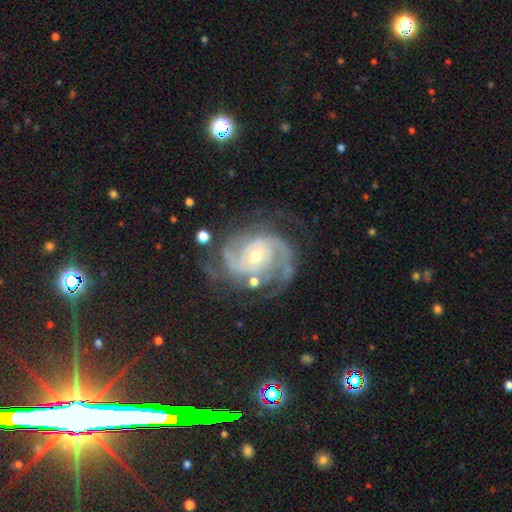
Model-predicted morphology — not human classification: A featured or disk galaxy (92%) with no bar (66%), 2 (46%) tight (59%) spiral arms (98%) and a moderate central bulge (51%). Merging: none (67%).